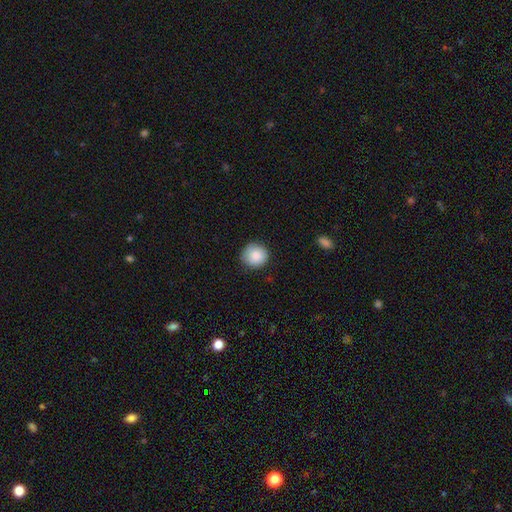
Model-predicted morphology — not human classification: A smooth galaxy with no disk features (87%) that is round (93%).

Vote fractions:
- Smooth or featured? smooth: 87% / star or artifact: 7% / featured or disk: 6%
- How rounded? round: 93% / in between: 6% / cigar-shaped: 1%
- Merging? none: 85% / minor disturbance: 11% / major disturbance: 2% / merger: 1%